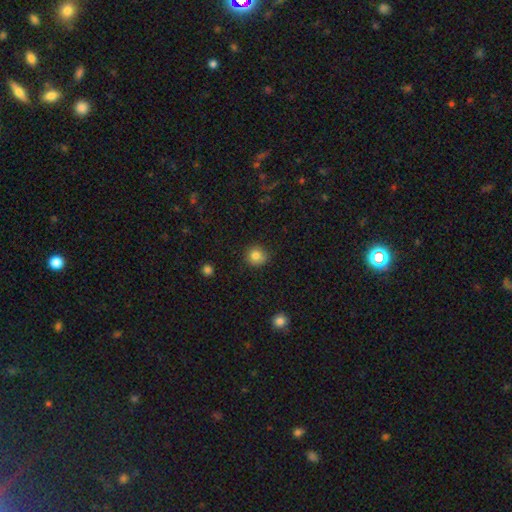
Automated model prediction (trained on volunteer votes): Smooth or featured: smooth — 84% (star or artifact — 11%)
How rounded: round — 91% (in between — 8%)
Merging: none — 84% (minor disturbance — 12%)